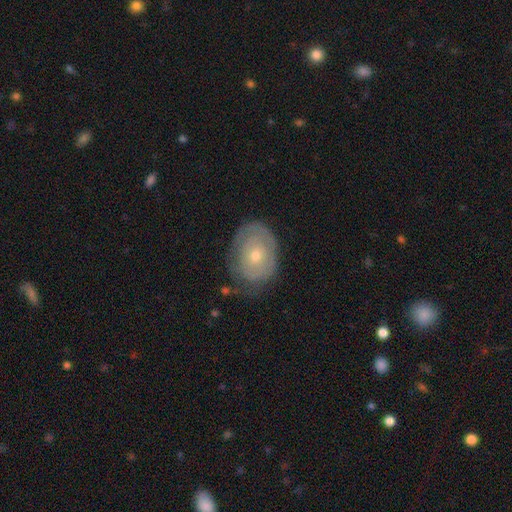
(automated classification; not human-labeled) Morphology: type=featured or disk (53%); edge-on=no (94%); merging=none (61%).